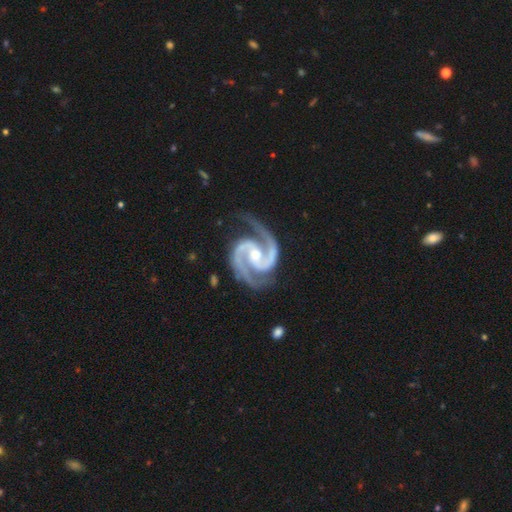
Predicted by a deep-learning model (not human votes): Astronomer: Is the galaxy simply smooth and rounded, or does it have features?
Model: featured or disk — 95%.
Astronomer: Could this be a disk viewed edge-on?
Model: no — 98%.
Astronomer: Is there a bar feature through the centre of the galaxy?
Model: weak — 40% (runner-up: no, 34%).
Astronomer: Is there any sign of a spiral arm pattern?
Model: yes — 99%.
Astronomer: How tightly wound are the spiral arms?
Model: medium — 58% (runner-up: tight, 36%).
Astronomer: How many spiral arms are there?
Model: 2 — 93%.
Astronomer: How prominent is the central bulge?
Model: moderate — 57% (runner-up: small, 36%).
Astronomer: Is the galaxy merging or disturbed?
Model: none — 76%.